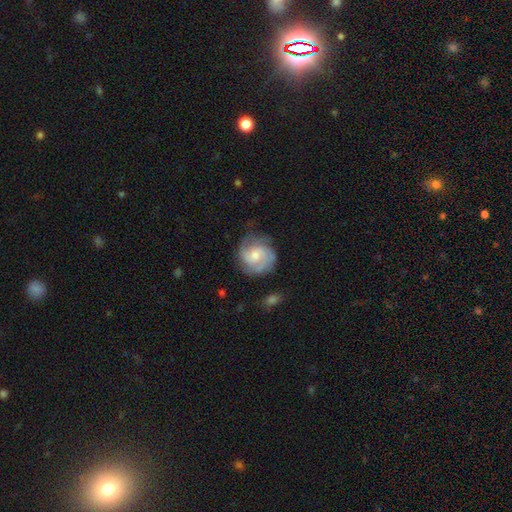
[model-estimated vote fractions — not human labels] Q: Smooth or featured?
A: featured or disk (76%); runner-up: smooth (18%)
Q: Edge-on disk?
A: no (98%); runner-up: yes (2%)
Q: Bar?
A: no (65%); runner-up: weak (31%)
Q: Spiral arms?
A: yes (95%); runner-up: no (5%)
Q: Spiral winding?
A: tight (52%); runner-up: medium (38%)
Q: Spiral arm count?
A: 2 (33%); runner-up: 3 (31%)
Q: Bulge size?
A: moderate (46%); tied with: small (46%)
Q: Merging?
A: none (71%); runner-up: minor disturbance (19%)